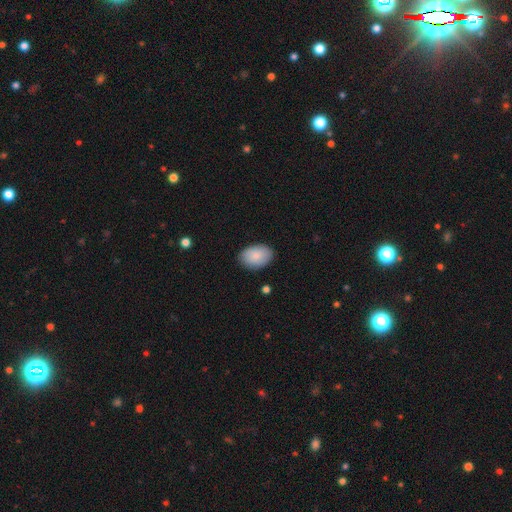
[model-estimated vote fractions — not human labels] The model was most divided on "merging": none: 86%, minor disturbance: 11%, major disturbance: 2%, merger: 1%. More confident: how rounded — in between (87%); smooth or featured — smooth (87%).